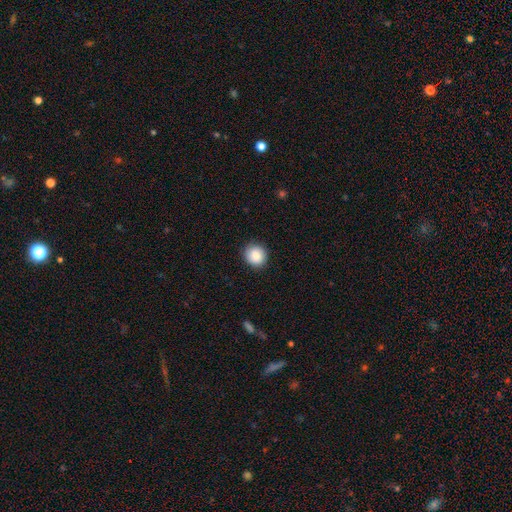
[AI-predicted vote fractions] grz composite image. It shows a smooth galaxy with no disk features (88%) that is round (88%). Merging: none (89%).